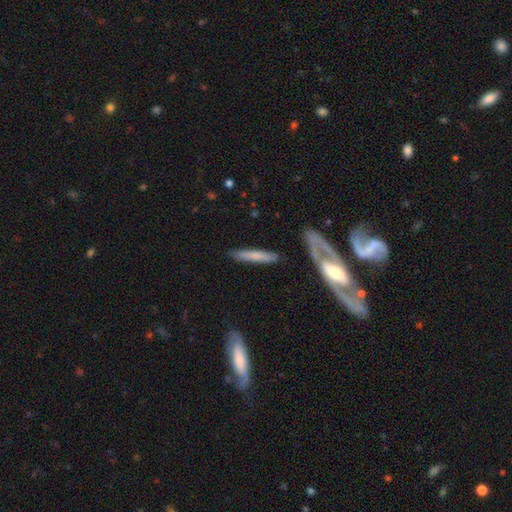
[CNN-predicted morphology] smooth-or-featured: smooth: 61% | featured or disk: 34% | star or artifact: 5%
  how-rounded: cigar-shaped: 90% | in between: 8% | round: 2%
  merging: none: 82% | minor disturbance: 10% | major disturbance: 4% | merger: 4%